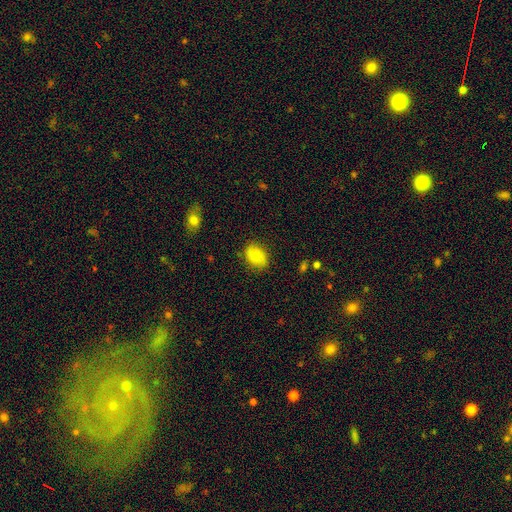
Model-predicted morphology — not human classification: Overall: smooth (81%). How rounded: in between (68%; round 31%). Merging: none (82%).